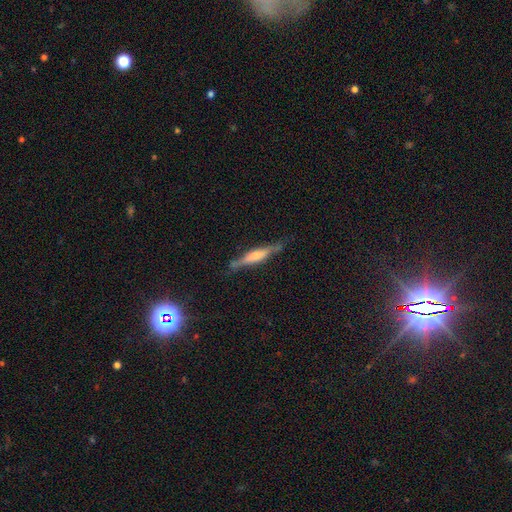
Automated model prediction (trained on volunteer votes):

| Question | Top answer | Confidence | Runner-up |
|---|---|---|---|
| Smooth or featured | featured or disk | 66% | smooth (28%) |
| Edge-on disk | yes | 96% | no (4%) |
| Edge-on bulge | rounded | 62% | boxy (27%) |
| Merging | none | 82% | minor disturbance (13%) |